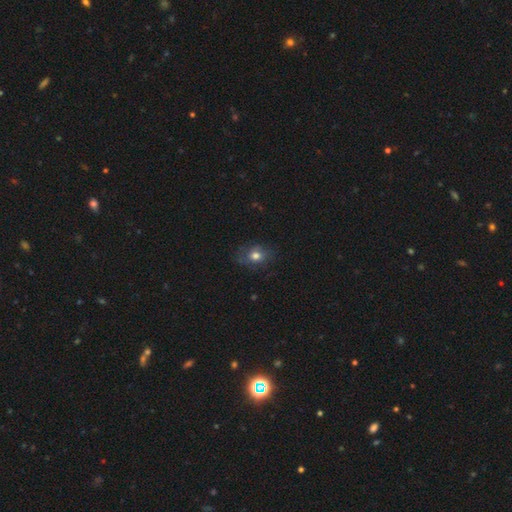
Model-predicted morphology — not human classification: smooth-or-featured: smooth: 72% | featured or disk: 16% | star or artifact: 12%
  how-rounded: in between: 56% | round: 43% | cigar-shaped: 1%
  merging: none: 72% | minor disturbance: 19% | major disturbance: 7% | merger: 1%